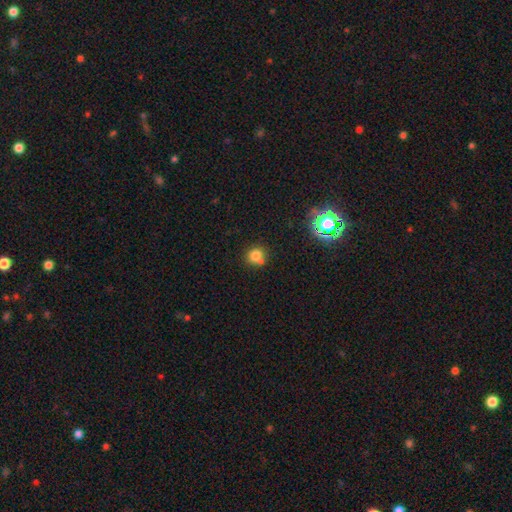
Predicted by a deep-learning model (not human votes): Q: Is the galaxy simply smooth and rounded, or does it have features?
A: smooth — 76%.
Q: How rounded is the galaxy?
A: round — 83%.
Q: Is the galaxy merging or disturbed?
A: none — 58%.